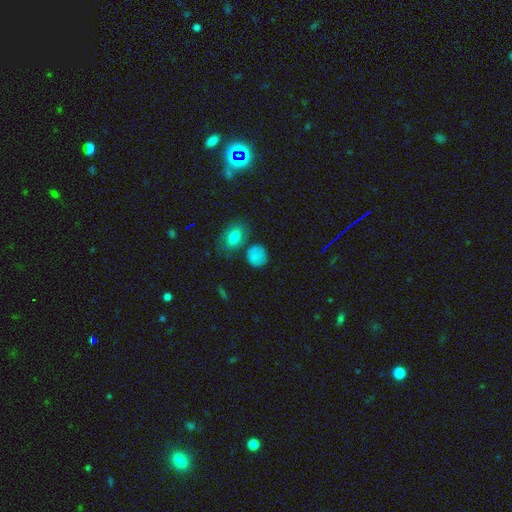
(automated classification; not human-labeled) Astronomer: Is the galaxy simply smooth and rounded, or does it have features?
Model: smooth — 80%.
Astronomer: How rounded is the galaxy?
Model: round — 77%.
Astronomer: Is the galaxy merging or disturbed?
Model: none — 69%.